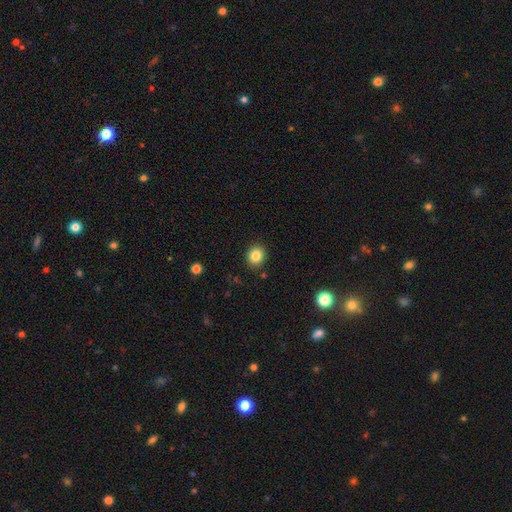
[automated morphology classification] This appears to be a smooth galaxy with no disk features (84%) that is round (73%). Merging: none (88%).